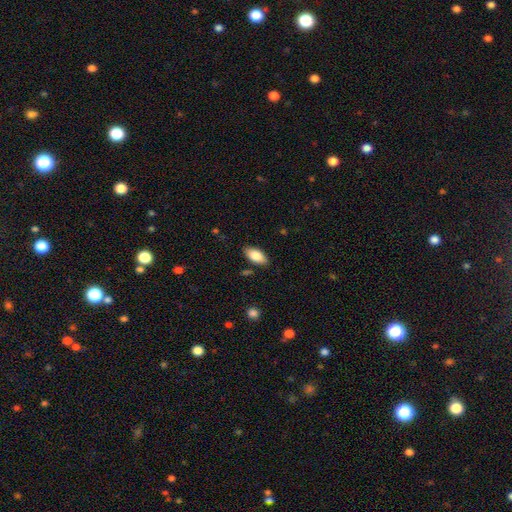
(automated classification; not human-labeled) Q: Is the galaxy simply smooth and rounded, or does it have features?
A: smooth — 82%.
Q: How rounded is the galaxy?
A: in between — 91%.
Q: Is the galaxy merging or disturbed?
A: none — 85%.